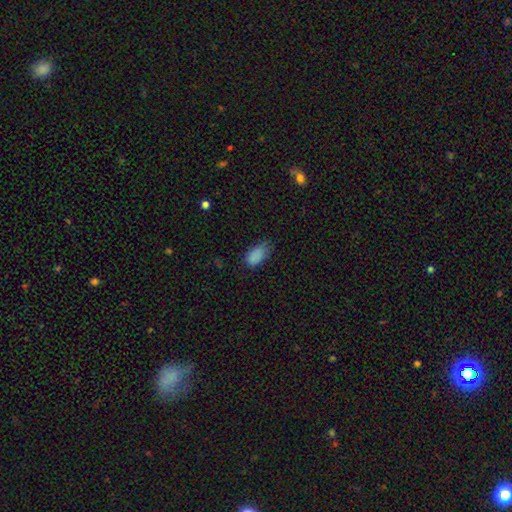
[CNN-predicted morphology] Smooth or featured? smooth (84%)
How rounded? in between (92%)
Merging? none (52%)